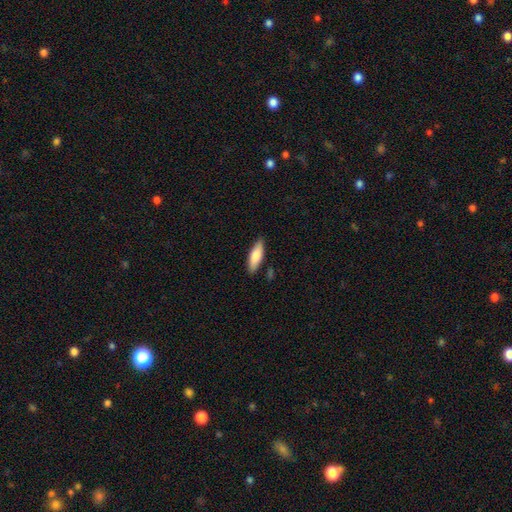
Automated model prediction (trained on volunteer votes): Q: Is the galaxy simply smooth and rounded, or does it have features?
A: smooth — 78%.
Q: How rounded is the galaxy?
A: in between — 56%.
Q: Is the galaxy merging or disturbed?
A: none — 84%.